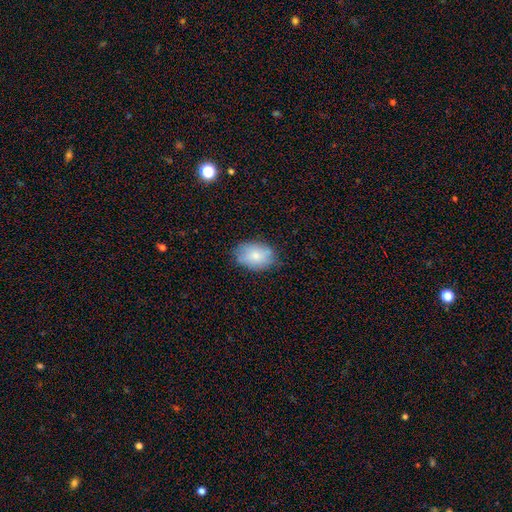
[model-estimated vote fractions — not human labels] Q: Smooth or featured?
A: smooth (77%); runner-up: featured or disk (15%)
Q: How rounded?
A: in between (84%); runner-up: round (15%)
Q: Merging?
A: none (74%); runner-up: minor disturbance (20%)